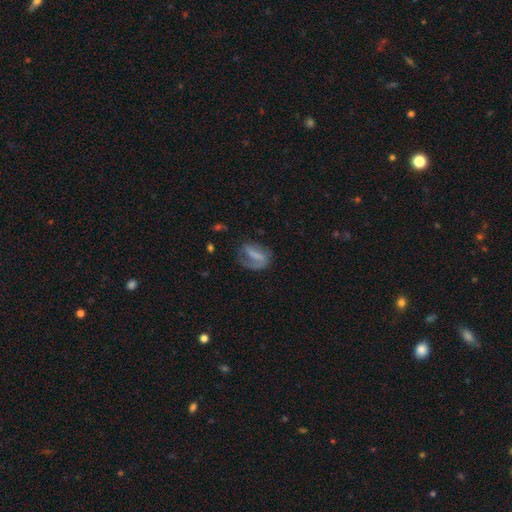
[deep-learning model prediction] Smooth or featured: featured or disk — 52% (smooth — 39%)
Edge-on disk: no — 94% (yes — 6%)
Merging: none — 43% (major disturbance — 30%)